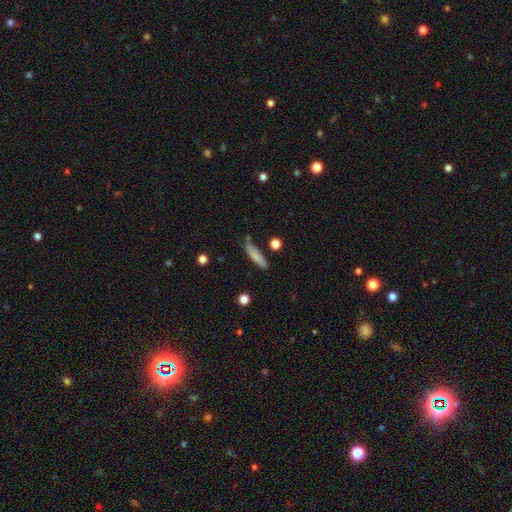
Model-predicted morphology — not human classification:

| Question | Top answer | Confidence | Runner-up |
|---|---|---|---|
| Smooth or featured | smooth | 82% | featured or disk (12%) |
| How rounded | cigar-shaped | 78% | in between (20%) |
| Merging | none | 76% | minor disturbance (16%) |